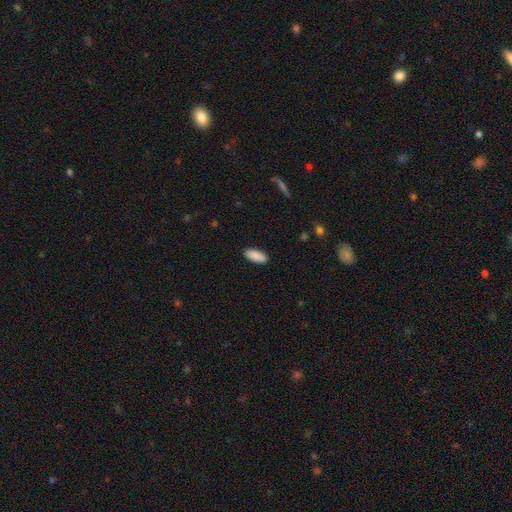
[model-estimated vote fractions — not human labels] Morphology: type=smooth (90%); roundness=in between (87%); merging=none (89%).